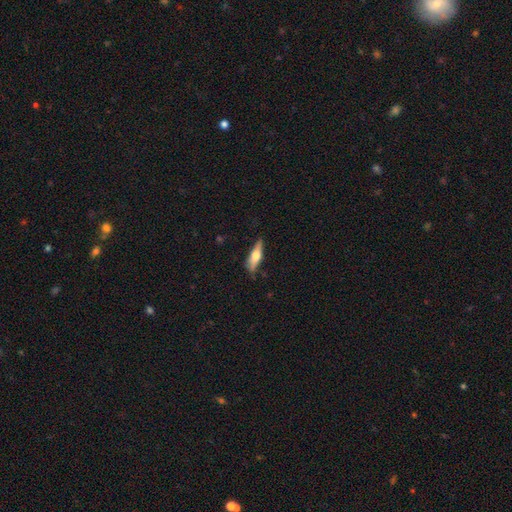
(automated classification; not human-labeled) smooth_or_featured: smooth (p=0.48) [alt: featured or disk p=0.46]
merging: none (p=0.77) [alt: minor disturbance p=0.17]